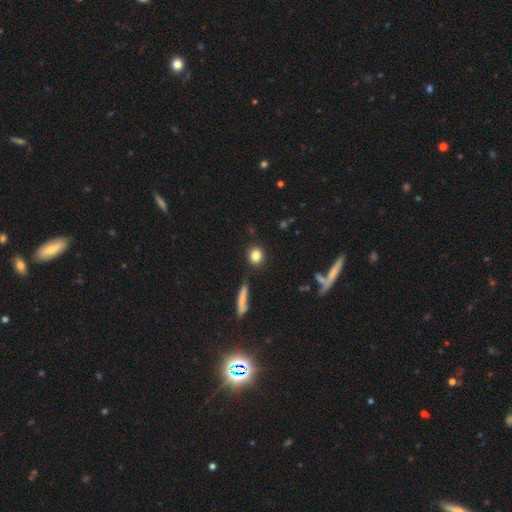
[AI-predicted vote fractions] Smooth or featured? smooth (84%)
How rounded? round (76%)
Merging? none (85%)